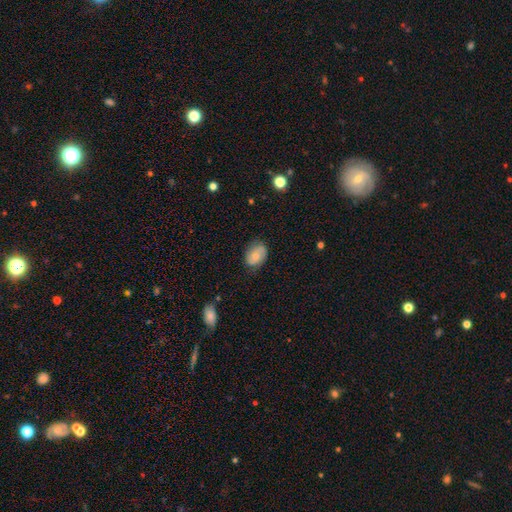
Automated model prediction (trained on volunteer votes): The model was most divided on "smooth or featured": smooth: 57%, featured or disk: 35%, star or artifact: 7%. More confident: how rounded — in between (78%); merging — none (72%).